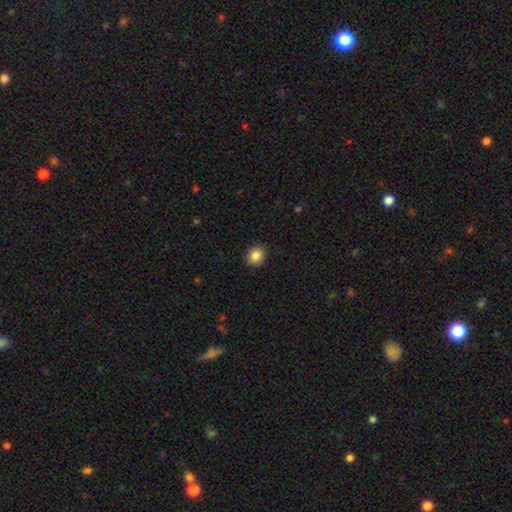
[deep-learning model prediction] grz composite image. It shows a smooth galaxy with no disk features (86%) that is round (61%). Merging: none (89%).